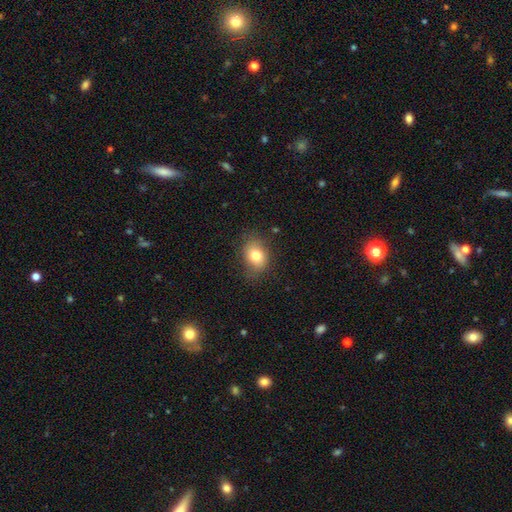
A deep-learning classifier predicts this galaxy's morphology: Q: Smooth or featured?
A: smooth (78%); runner-up: featured or disk (12%)
Q: How rounded?
A: in between (61%); runner-up: round (38%)
Q: Merging?
A: none (75%); runner-up: minor disturbance (19%)